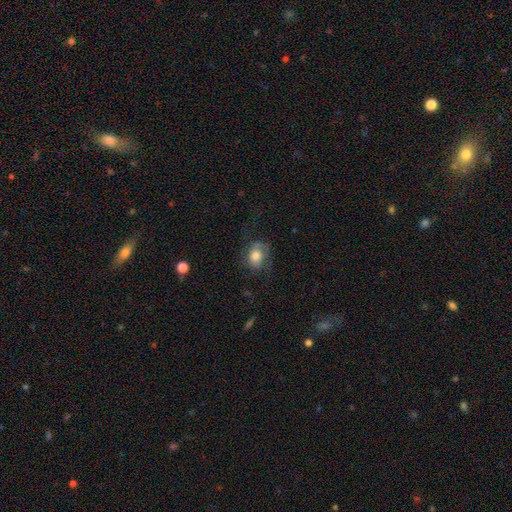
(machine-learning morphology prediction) type=smooth (70%); roundness=in between (51%); merging=none (56%).